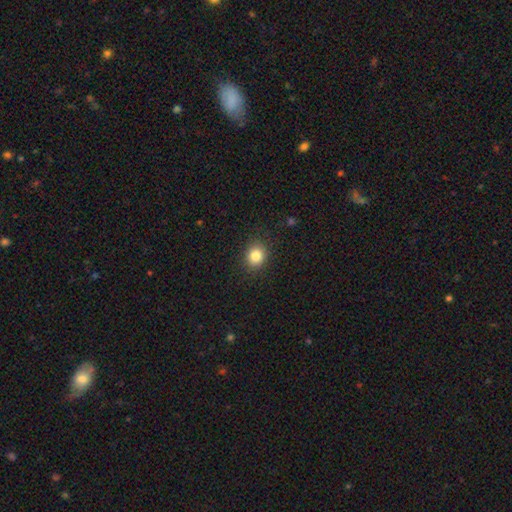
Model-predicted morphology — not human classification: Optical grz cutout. It shows a smooth galaxy with no disk features (84%) that is round (71%). Merging: none (89%).